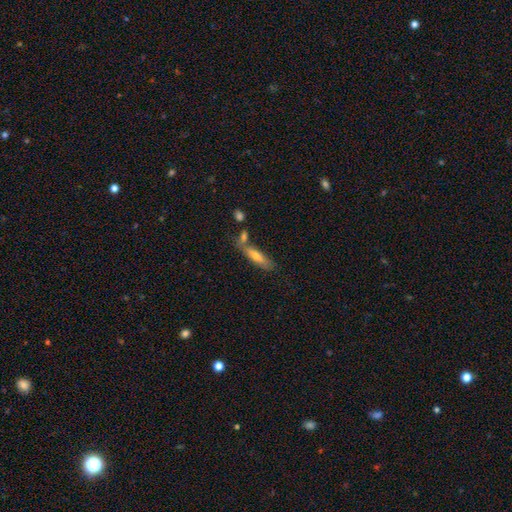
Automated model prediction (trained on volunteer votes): smooth 60%, featured or disk 32%, star or artifact 7%. Down the decision tree: how rounded — cigar-shaped (73%); merging — none (61%).